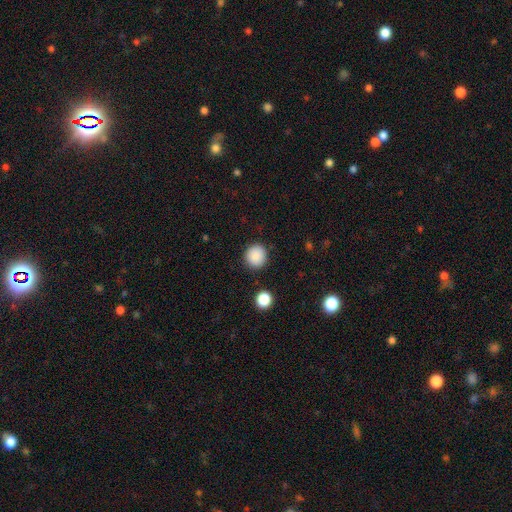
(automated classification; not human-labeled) This appears to be a smooth galaxy with no disk features (88%) that is round (92%). Merging: none (90%).